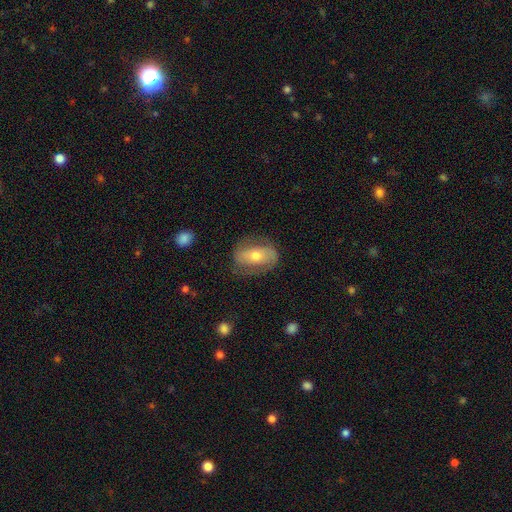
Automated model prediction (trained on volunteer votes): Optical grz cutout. It shows a featured or disk galaxy (56%) with no bar (38%), spiral arms (66%) and a moderate central bulge (59%). Merging: none (70%).